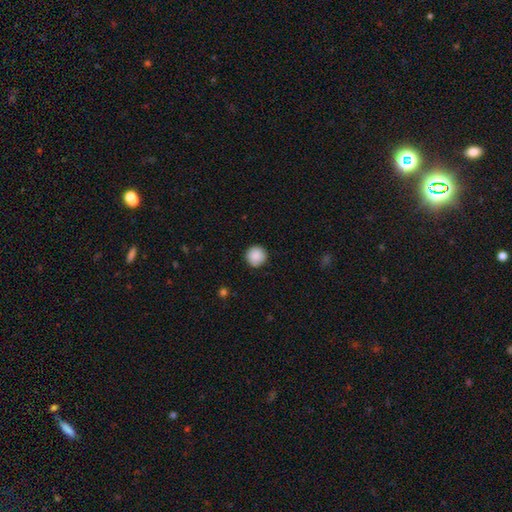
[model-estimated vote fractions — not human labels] smooth_or_featured: smooth (p=0.89) [alt: star or artifact p=0.08]
how_rounded: round (p=0.95) [alt: in between p=0.04]
merging: none (p=0.90) [alt: minor disturbance p=0.07]